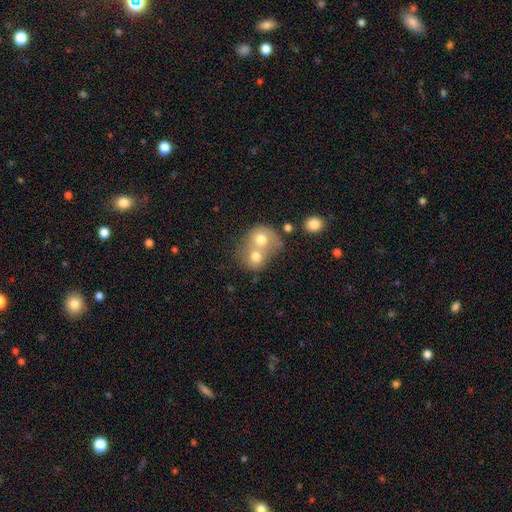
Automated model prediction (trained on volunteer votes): This appears to be a smooth galaxy with no disk features (56%) that is round (73%). Merging: merger (66%).